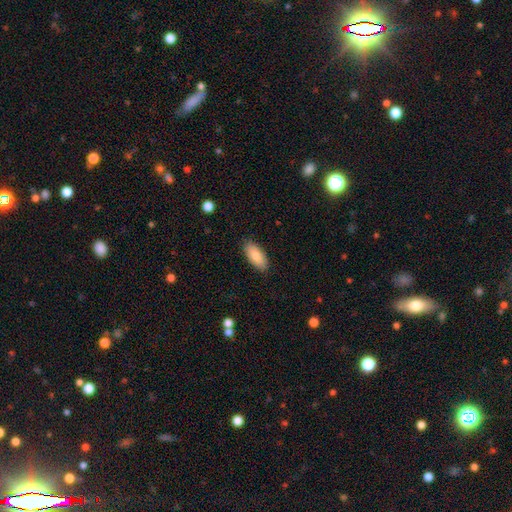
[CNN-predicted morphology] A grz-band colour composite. It shows a smooth galaxy with no disk features (86%) that is in between round and cigar-shaped (88%). Merging: none (87%).